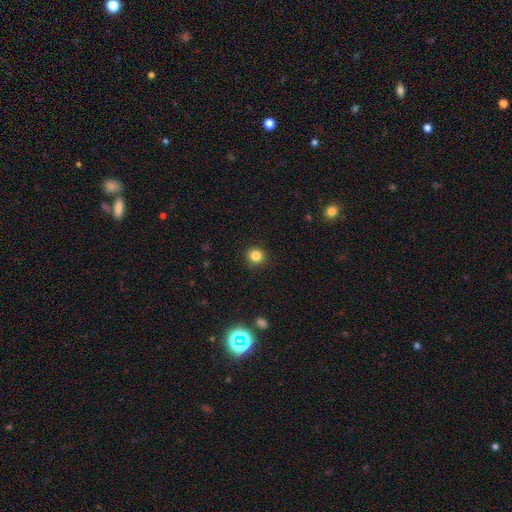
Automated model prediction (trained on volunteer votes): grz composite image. It shows a smooth galaxy with no disk features (83%) that is round (89%). Merging: none (91%).